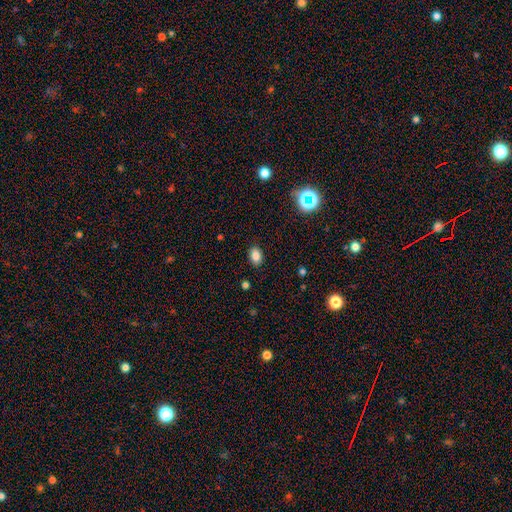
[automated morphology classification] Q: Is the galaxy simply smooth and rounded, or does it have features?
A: smooth — 83%.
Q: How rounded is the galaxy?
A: in between — 77%.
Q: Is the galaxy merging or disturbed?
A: none — 88%.